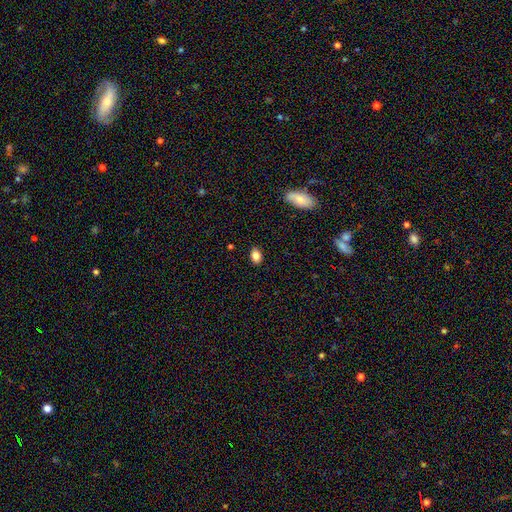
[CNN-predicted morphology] This is clearly a smooth galaxy (84%). How rounded: clearly in between (80%). Merging: clearly none (88%).